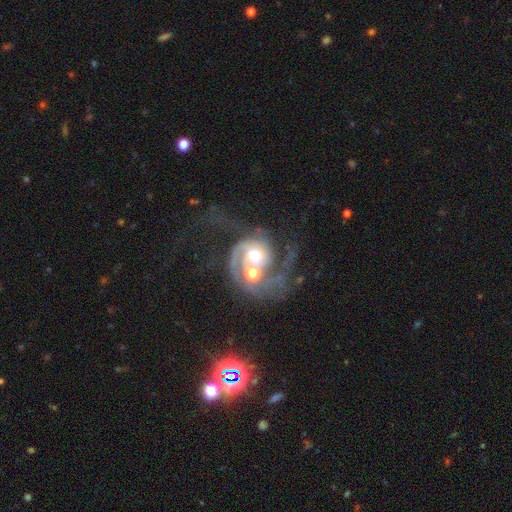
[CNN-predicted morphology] Q: Smooth or featured?
A: featured or disk (78%); runner-up: smooth (15%)
Q: Edge-on disk?
A: no (97%); runner-up: yes (3%)
Q: Bar?
A: no (71%); runner-up: weak (22%)
Q: Spiral arms?
A: yes (88%); runner-up: no (12%)
Q: Spiral winding?
A: medium (39%); runner-up: loose (32%)
Q: Spiral arm count?
A: 2 (43%); runner-up: 1 (30%)
Q: Bulge size?
A: moderate (63%); runner-up: large (20%)
Q: Merging?
A: merger (55%); runner-up: major disturbance (21%)